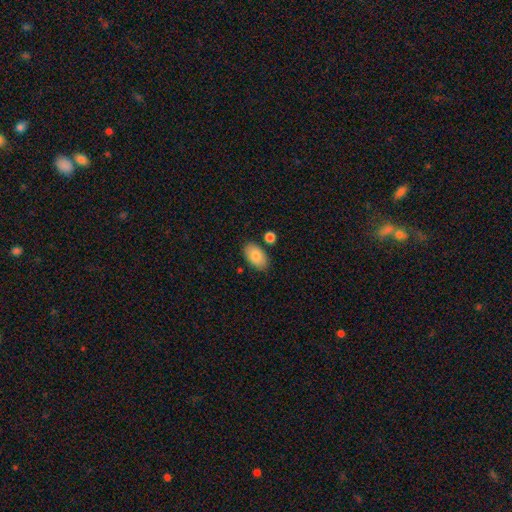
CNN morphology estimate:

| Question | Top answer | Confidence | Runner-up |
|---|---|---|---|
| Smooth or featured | smooth | 85% | featured or disk (9%) |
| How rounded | in between | 93% | round (5%) |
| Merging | none | 81% | minor disturbance (12%) |